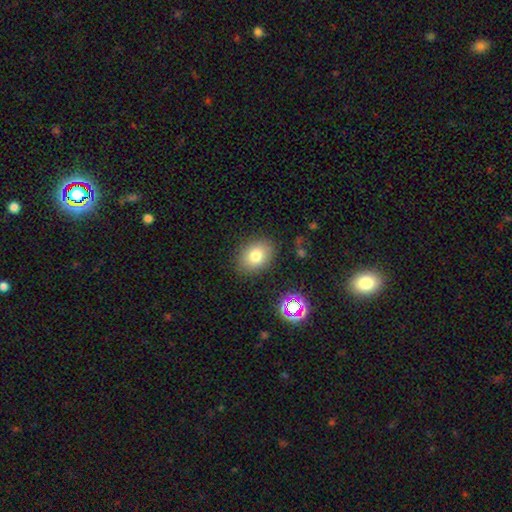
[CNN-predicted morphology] The model was most divided on "how rounded": in between: 67%, round: 32%, cigar-shaped: 1%. More confident: merging — none (84%); smooth or featured — smooth (78%).